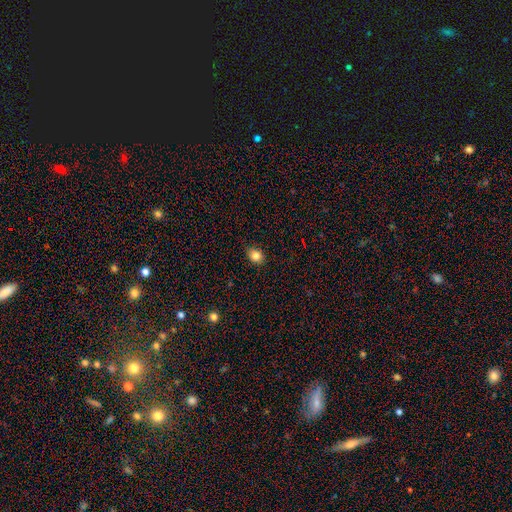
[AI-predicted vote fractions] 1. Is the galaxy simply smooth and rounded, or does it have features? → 83% smooth, 11% star or artifact, 5% featured or disk.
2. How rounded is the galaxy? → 54% round, 45% in between, 1% cigar-shaped.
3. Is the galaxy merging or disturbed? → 83% none, 14% minor disturbance, 2% major disturbance, 1% merger.